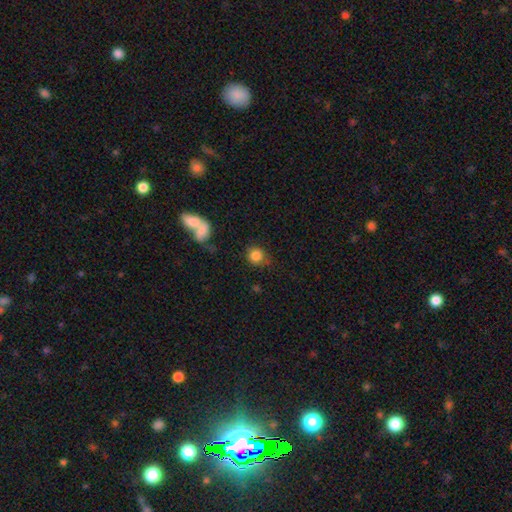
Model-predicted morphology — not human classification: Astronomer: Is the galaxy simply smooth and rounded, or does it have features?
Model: smooth — 84%.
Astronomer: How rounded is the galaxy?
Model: round — 77%.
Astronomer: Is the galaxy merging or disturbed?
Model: none — 65%.